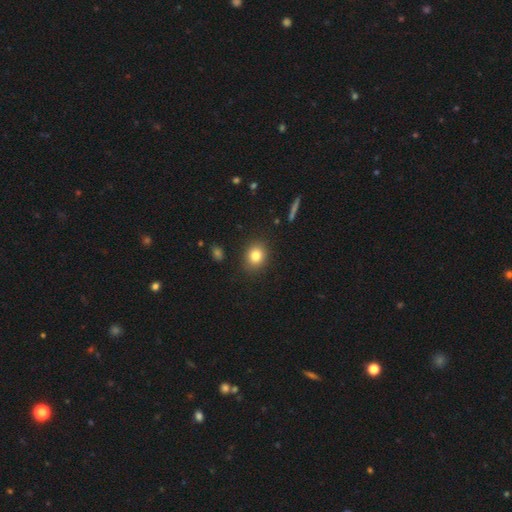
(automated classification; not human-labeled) Morphology: type=smooth (82%); roundness=round (60%); merging=none (88%).